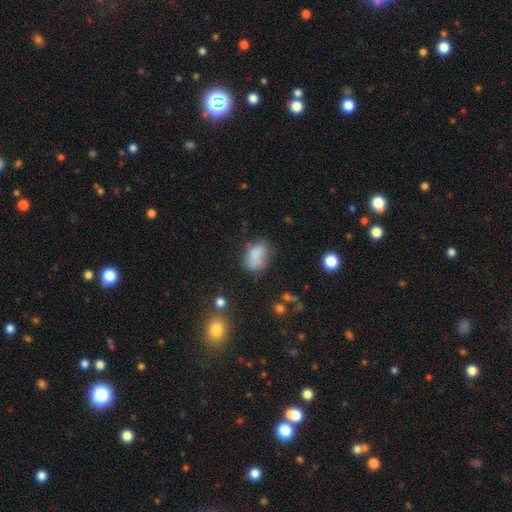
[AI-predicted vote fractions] Overall: smooth (77%). How rounded: in between (86%). Merging: none (51%; minor disturbance 29%).